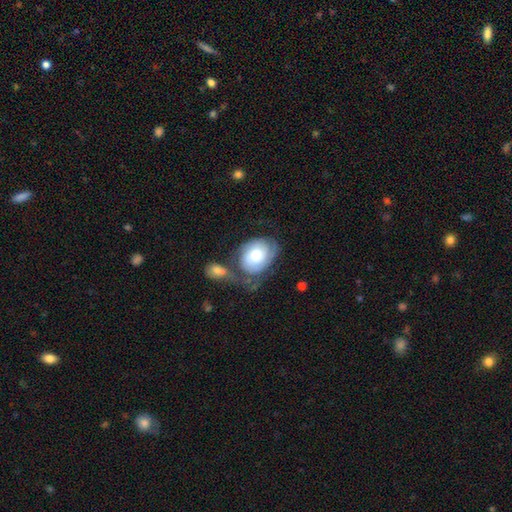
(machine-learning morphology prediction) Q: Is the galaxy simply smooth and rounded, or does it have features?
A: featured or disk — 52%.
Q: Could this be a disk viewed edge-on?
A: no — 96%.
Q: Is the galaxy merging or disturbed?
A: none — 35%.